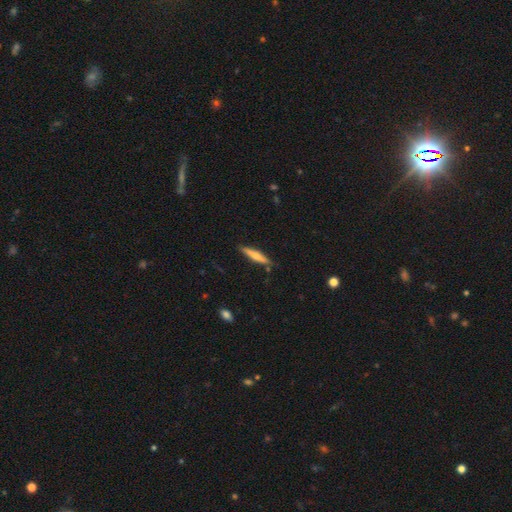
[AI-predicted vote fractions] Smooth or featured: smooth — 54% (featured or disk — 40%)
How rounded: cigar-shaped — 88% (in between — 11%)
Merging: none — 84% (minor disturbance — 12%)